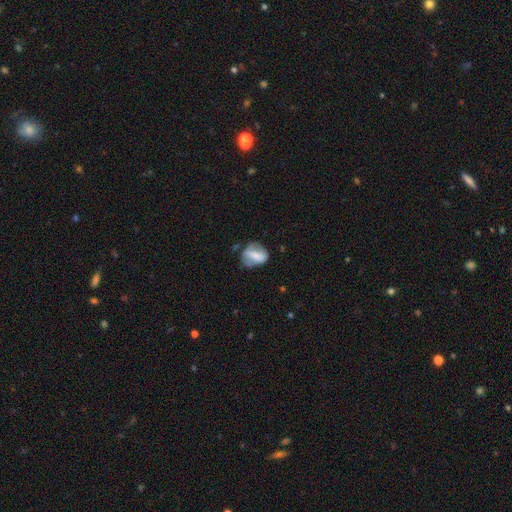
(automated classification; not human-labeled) Smooth or featured?
  - smooth: 52% *
  - featured or disk: 40%
  - star or artifact: 8%
How rounded?
  - in between: 60% *
  - round: 37%
  - cigar-shaped: 3%
Merging?
  - none: 49% *
  - minor disturbance: 31%
  - major disturbance: 17%
  - merger: 4%